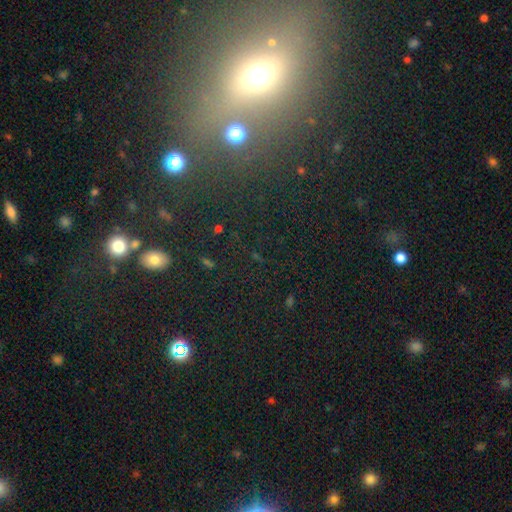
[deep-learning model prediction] The model was most divided on "smooth or featured": star or artifact: 56%, smooth: 32%, featured or disk: 12%.